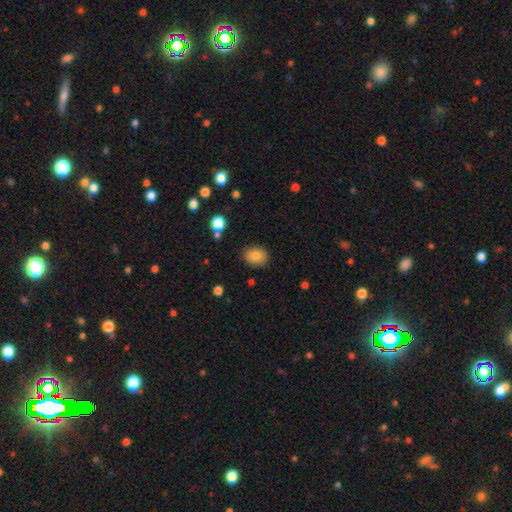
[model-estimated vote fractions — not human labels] A smooth galaxy with no disk features (83%) that is round (50%).

Vote fractions:
- Smooth or featured? smooth: 83% / star or artifact: 9% / featured or disk: 7%
- How rounded? round: 50% / in between: 49% / cigar-shaped: 1%
- Merging? none: 85% / minor disturbance: 10% / major disturbance: 3% / merger: 2%